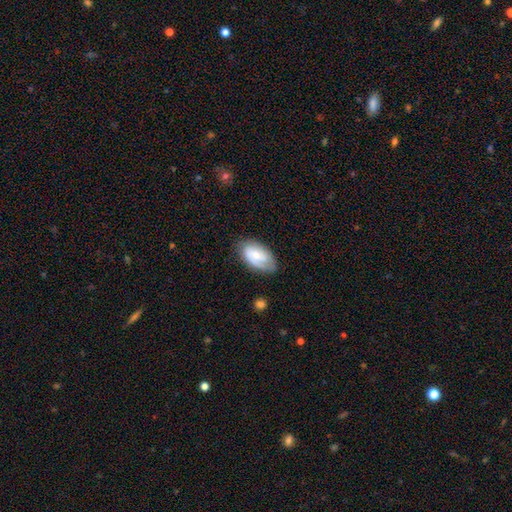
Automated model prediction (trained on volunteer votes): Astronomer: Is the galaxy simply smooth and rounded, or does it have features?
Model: featured or disk — 47% (runner-up: smooth, 46%).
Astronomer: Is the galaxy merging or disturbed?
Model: none — 74%.